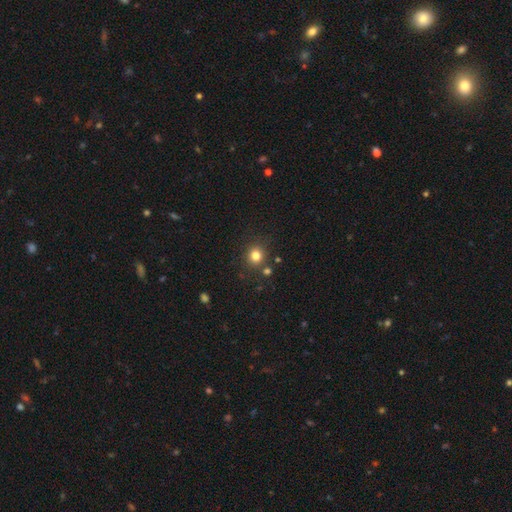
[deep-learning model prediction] Smooth or featured? Predicted: smooth (p=0.80). How rounded? Predicted: round (p=0.87). Merging? Predicted: none (p=0.82).